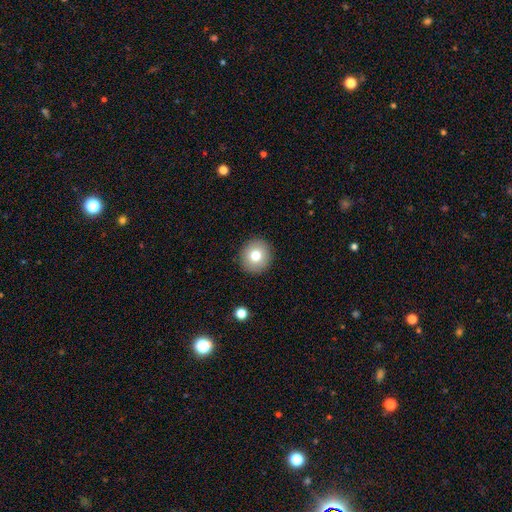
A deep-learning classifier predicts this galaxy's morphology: Smooth or featured? smooth (77%)
How rounded? round (92%)
Merging? none (92%)